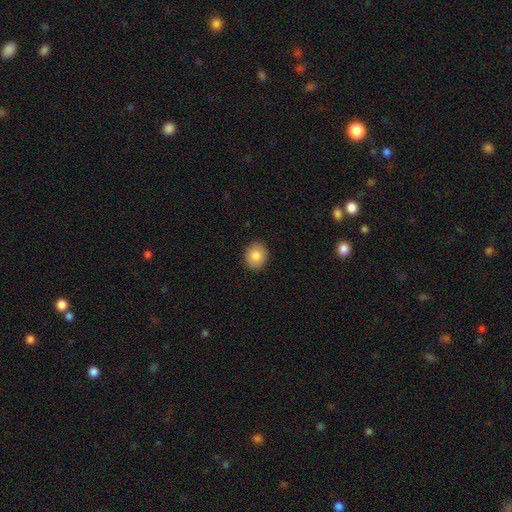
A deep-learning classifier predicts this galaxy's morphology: The model was most divided on "how rounded": round: 68%, in between: 31%, cigar-shaped: 1%. More confident: merging — none (91%); smooth or featured — smooth (84%).